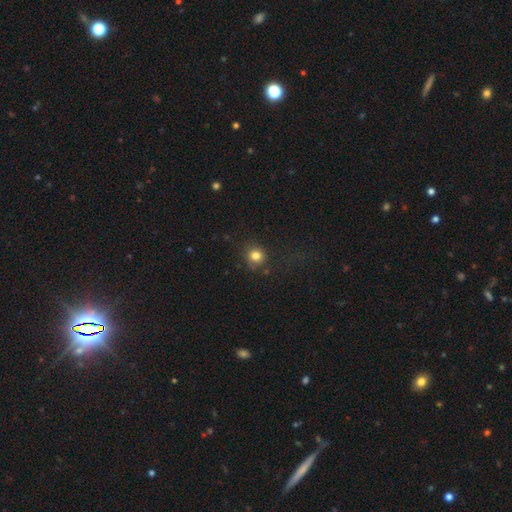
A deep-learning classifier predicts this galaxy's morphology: Overall: smooth (81%). How rounded: round (86%). Merging: none (74%).